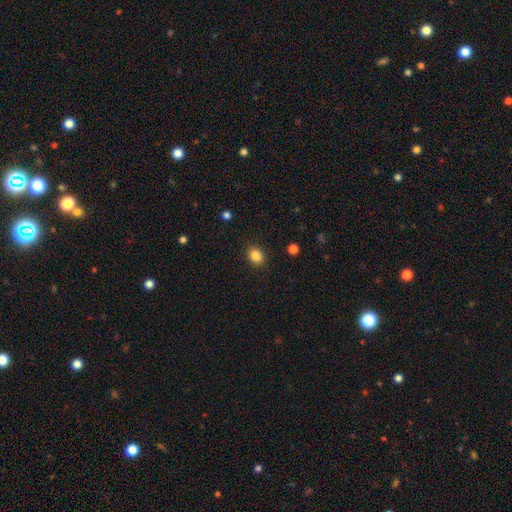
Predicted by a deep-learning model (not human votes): Smooth or featured: smooth — 85% (star or artifact — 10%)
How rounded: round — 53% (in between — 46%)
Merging: none — 89% (minor disturbance — 8%)